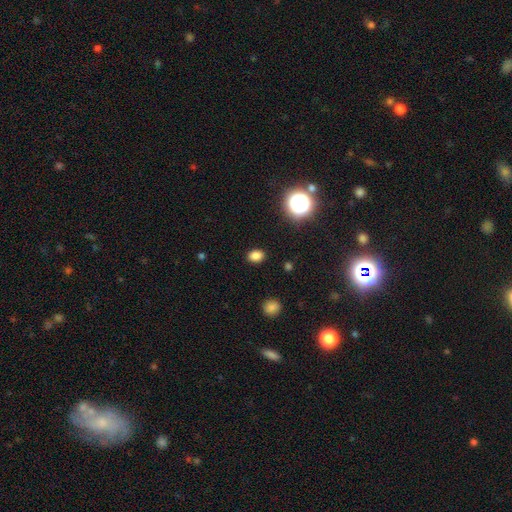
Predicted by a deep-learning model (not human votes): The model was most divided on "how rounded": in between: 66%, round: 33%, cigar-shaped: 1%. More confident: merging — none (88%); smooth or featured — smooth (81%).